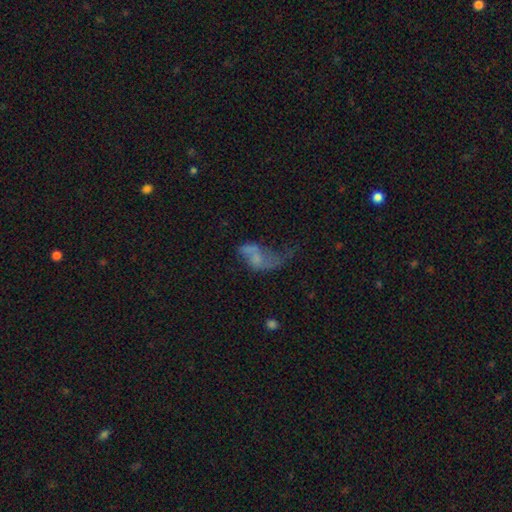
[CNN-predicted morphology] type=featured or disk (52%); edge-on=no (96%); merging=major disturbance (47%).